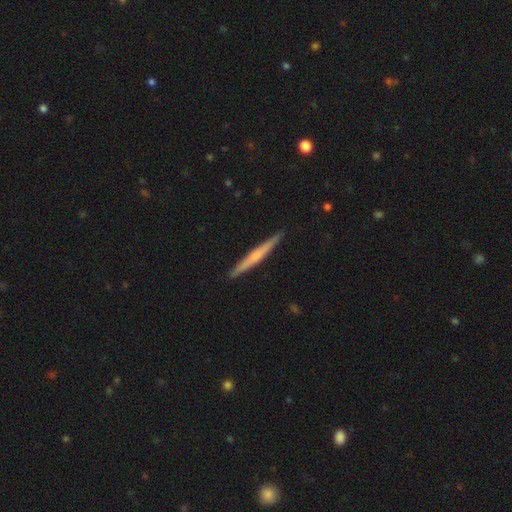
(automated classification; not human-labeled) This is possibly a featured or disk galaxy (52%). It is clearly viewed edge-on (98%). Edge-on bulge: possibly none (59%). Merging: clearly none (91%).